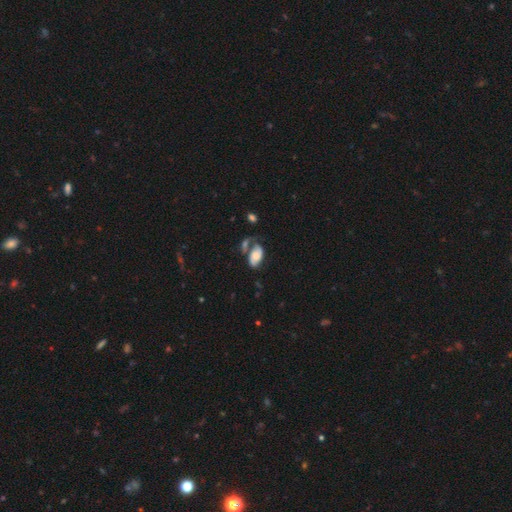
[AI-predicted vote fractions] Smooth or featured: smooth — 56% (featured or disk — 36%)
How rounded: in between — 93% (round — 5%)
Merging: none — 35% (merger — 28%)